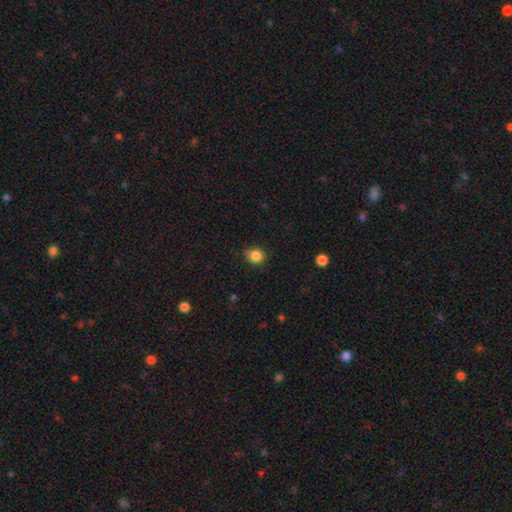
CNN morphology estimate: Smooth or featured: smooth — 85% (star or artifact — 11%)
How rounded: round — 78% (in between — 21%)
Merging: none — 73% (minor disturbance — 21%)